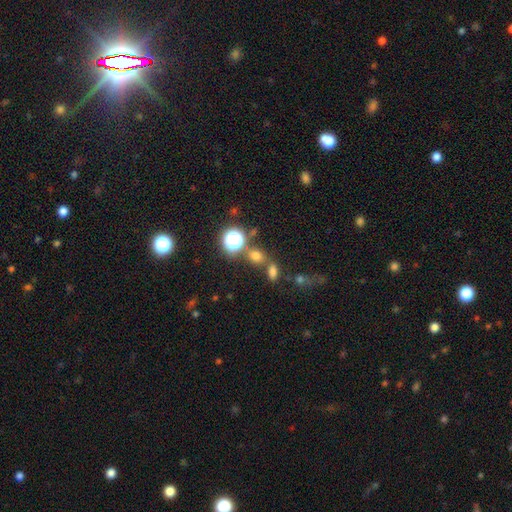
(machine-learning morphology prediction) type=smooth (67%); roundness=round (54%); merging=none (61%).